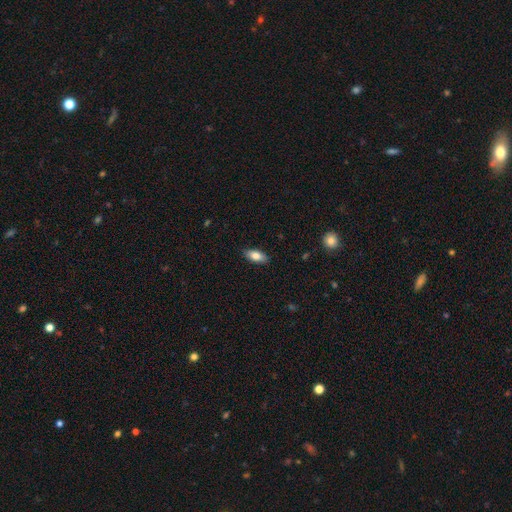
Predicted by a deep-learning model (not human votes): Smooth or featured? Predicted: smooth (p=0.78). How rounded? Predicted: in between (p=0.83). Merging? Predicted: none (p=0.88).